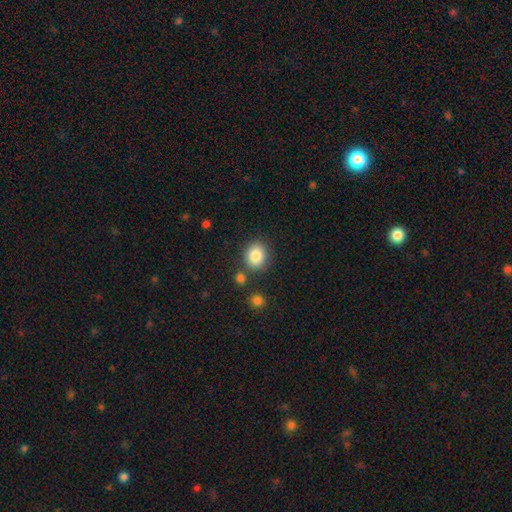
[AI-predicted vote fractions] Smooth or featured? Predicted: smooth (p=0.85). How rounded? Predicted: round (p=0.64). Merging? Predicted: none (p=0.79).